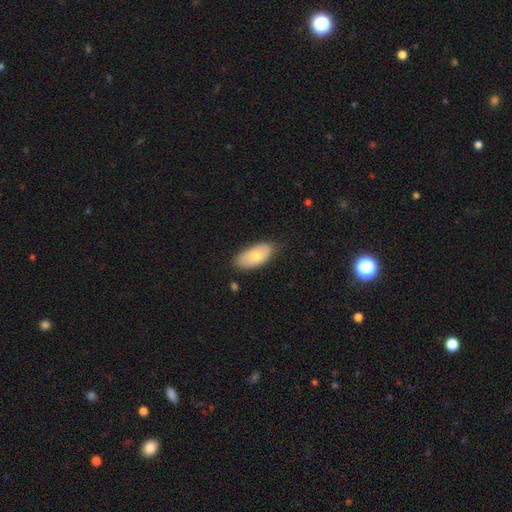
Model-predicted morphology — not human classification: Overall: smooth (73%). How rounded: in between (93%). Merging: none (77%).